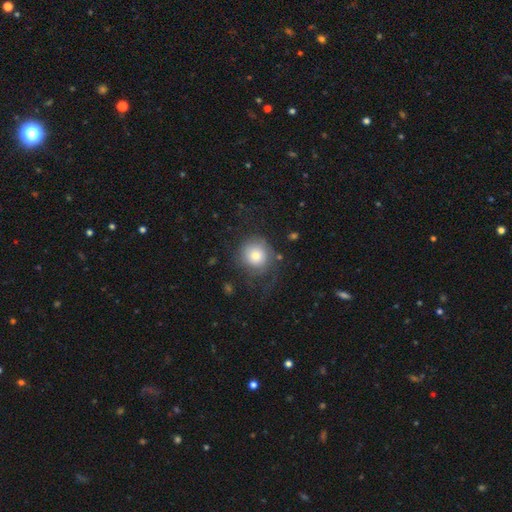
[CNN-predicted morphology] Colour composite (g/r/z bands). It shows a smooth galaxy with no disk features (68%) that is round (88%). Merging: none (59%).